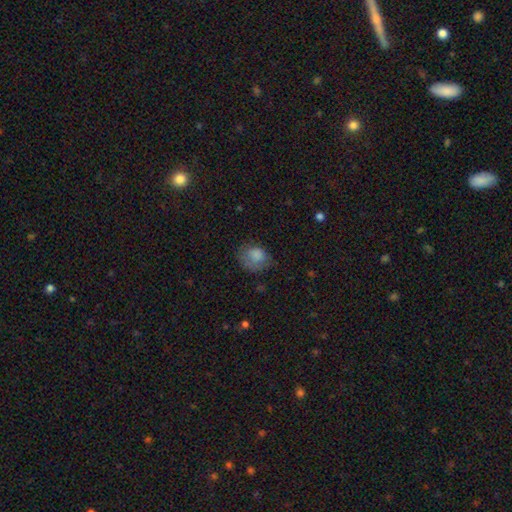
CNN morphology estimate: type=smooth (78%); roundness=round (50%); merging=none (49%).